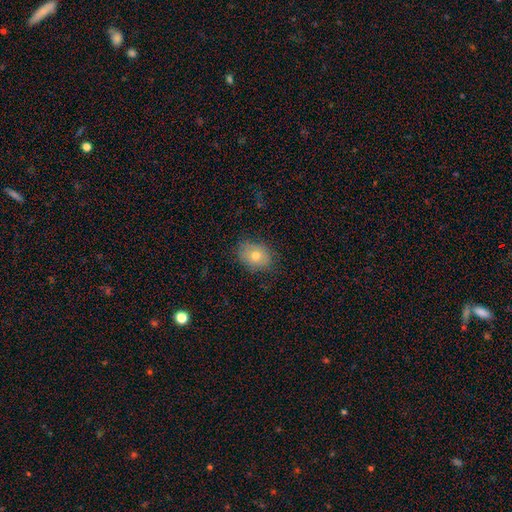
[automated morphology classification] smooth 73%, featured or disk 16%, star or artifact 11%. Down the decision tree: how rounded — in between (52%); merging — none (81%).